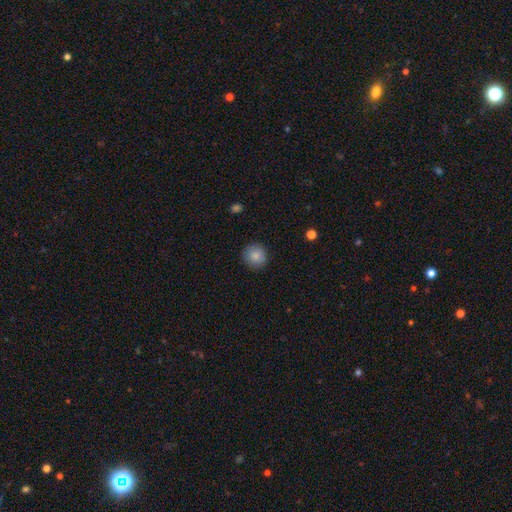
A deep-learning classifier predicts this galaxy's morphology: Smooth or featured: smooth — 86% (star or artifact — 8%)
How rounded: round — 92% (in between — 7%)
Merging: none — 90% (minor disturbance — 7%)